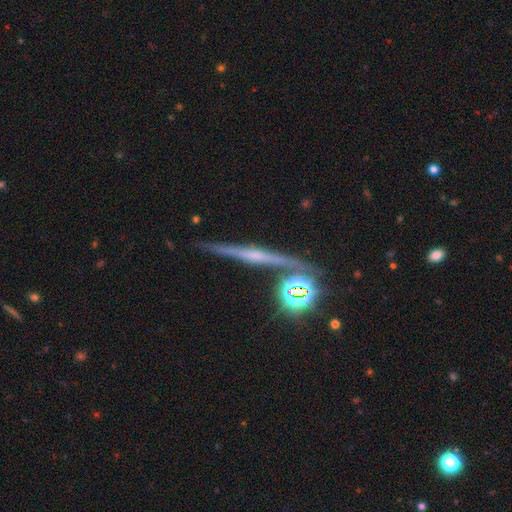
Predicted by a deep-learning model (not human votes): This is likely a featured or disk galaxy (68%). It is clearly viewed edge-on (96%). Edge-on bulge: possibly rounded (56%). Merging: clearly none (84%).